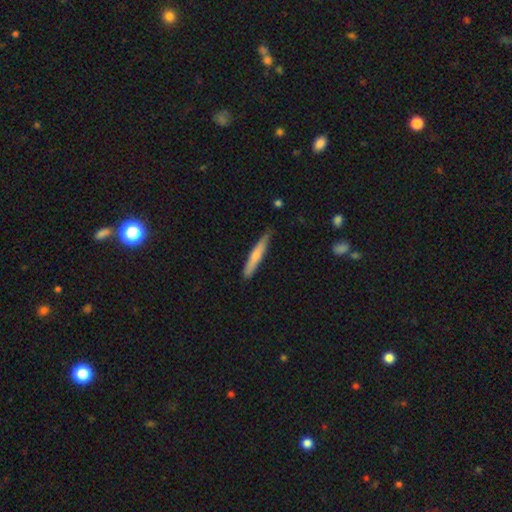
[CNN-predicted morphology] This is likely a smooth galaxy (62%). How rounded: clearly cigar-shaped (94%). Merging: clearly none (83%).